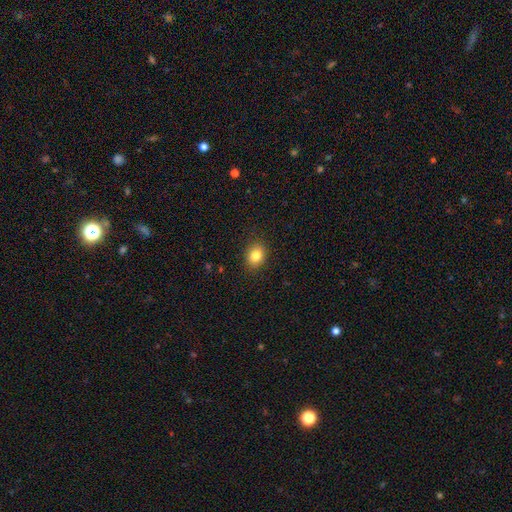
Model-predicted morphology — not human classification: smooth_or_featured: smooth (p=0.83) [alt: star or artifact p=0.10]
how_rounded: round (p=0.52) [alt: in between p=0.47]
merging: none (p=0.89) [alt: minor disturbance p=0.08]